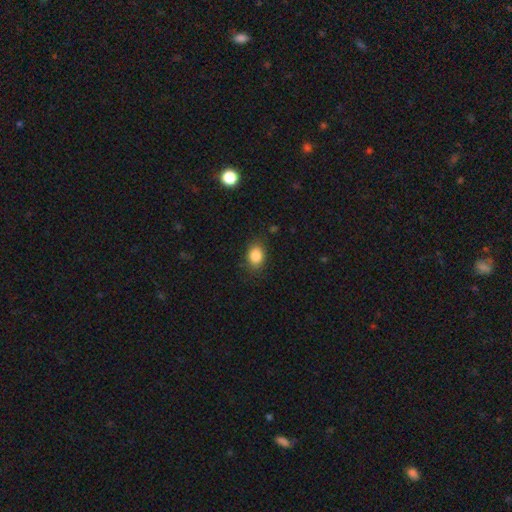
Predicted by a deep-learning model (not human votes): Morphology: type=smooth (86%); roundness=in between (70%); merging=none (84%).